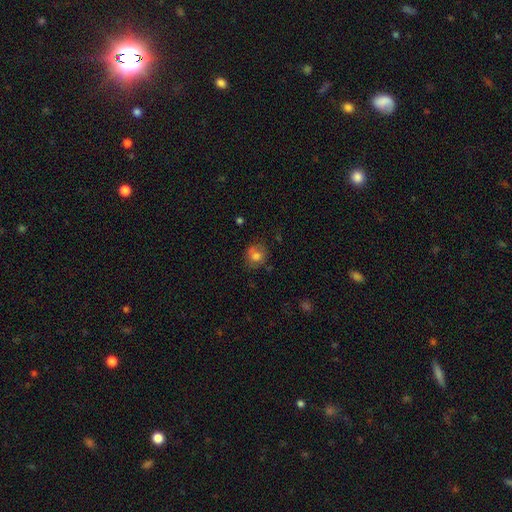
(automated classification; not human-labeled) A smooth galaxy with no disk features (73%) that is round (77%). Merging: none (67%).